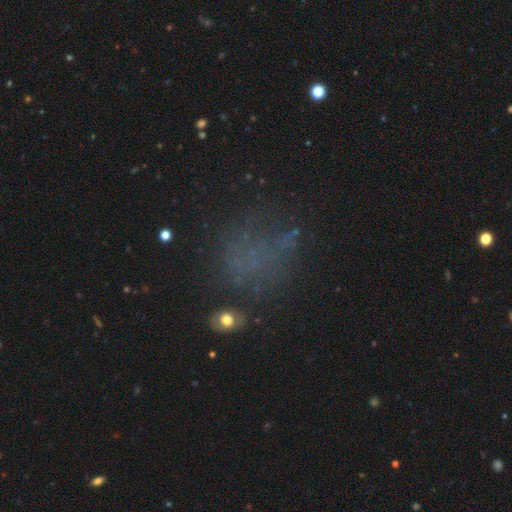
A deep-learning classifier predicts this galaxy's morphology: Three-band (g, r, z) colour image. It shows a star or artifact, not a galaxy (40%).